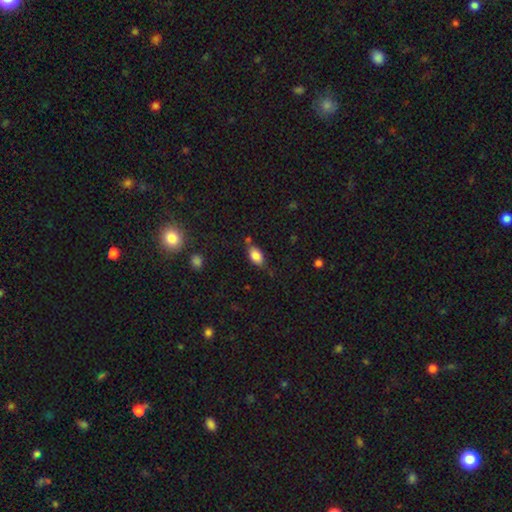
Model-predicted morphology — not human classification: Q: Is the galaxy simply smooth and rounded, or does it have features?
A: smooth — 82%.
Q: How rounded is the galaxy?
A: in between — 90%.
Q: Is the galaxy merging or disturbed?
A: none — 68%.